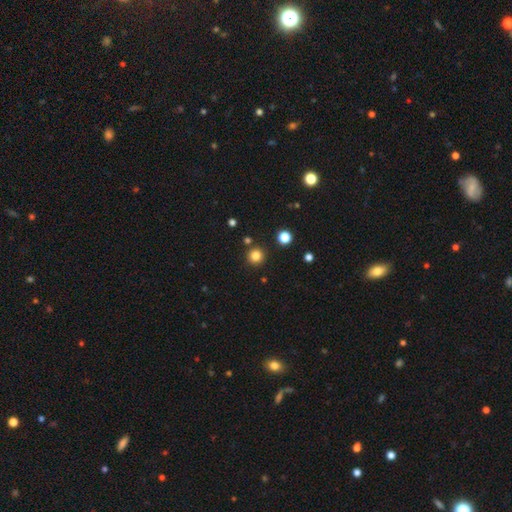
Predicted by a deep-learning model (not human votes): This is clearly a smooth galaxy (82%). How rounded: clearly round (95%). Merging: clearly none (90%).